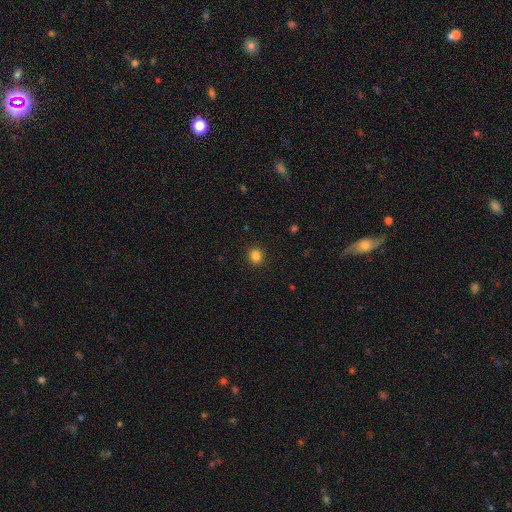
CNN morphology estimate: Smooth or featured: smooth — 84% (star or artifact — 12%)
How rounded: round — 79% (in between — 20%)
Merging: none — 92% (minor disturbance — 6%)